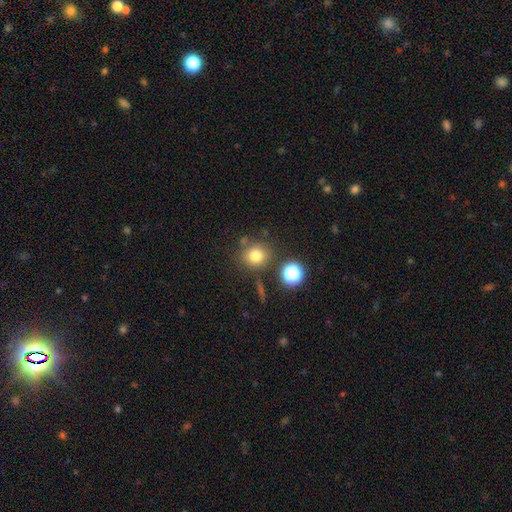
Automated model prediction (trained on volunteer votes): Morphology: type=smooth (76%); roundness=round (86%); merging=none (76%).